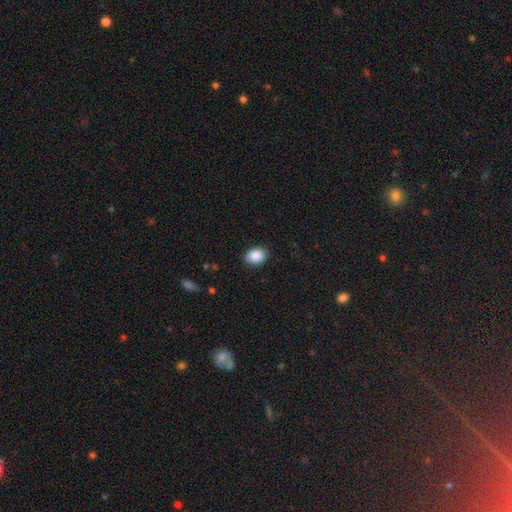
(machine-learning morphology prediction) smooth_or_featured: smooth (p=0.89) [alt: star or artifact p=0.07]
how_rounded: in between (p=0.69) [alt: round p=0.30]
merging: none (p=0.86) [alt: minor disturbance p=0.11]